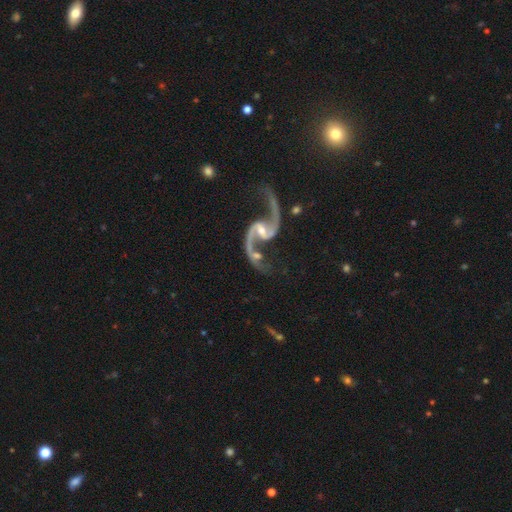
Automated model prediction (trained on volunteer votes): smooth_or_featured: featured or disk (p=0.92) [alt: star or artifact p=0.05]
disk_edge_on: no (p=0.98) [alt: yes p=0.02]
bar: weak (p=0.46) [alt: strong p=0.28]
has_spiral_arms: yes (p=0.97) [alt: no p=0.03]
spiral_winding: loose (p=0.78) [alt: medium p=0.18]
spiral_arm_count: 2 (p=0.94) [alt: 1 p=0.02]
bulge_size: small (p=0.50) [alt: moderate p=0.43]
merging: none (p=0.56) [alt: merger p=0.18]